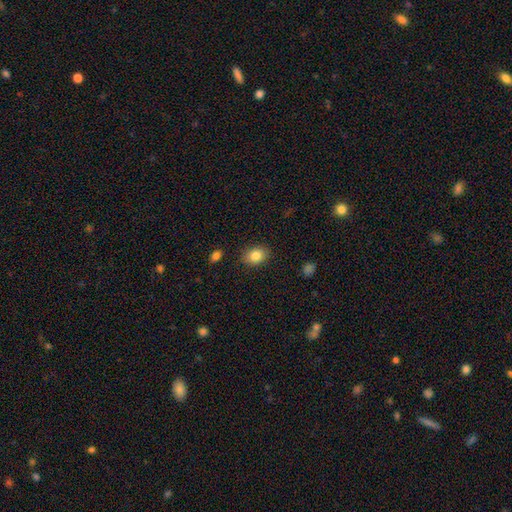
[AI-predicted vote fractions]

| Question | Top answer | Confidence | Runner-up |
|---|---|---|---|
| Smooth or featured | smooth | 84% | star or artifact (8%) |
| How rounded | in between | 71% | round (28%) |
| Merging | none | 87% | minor disturbance (9%) |